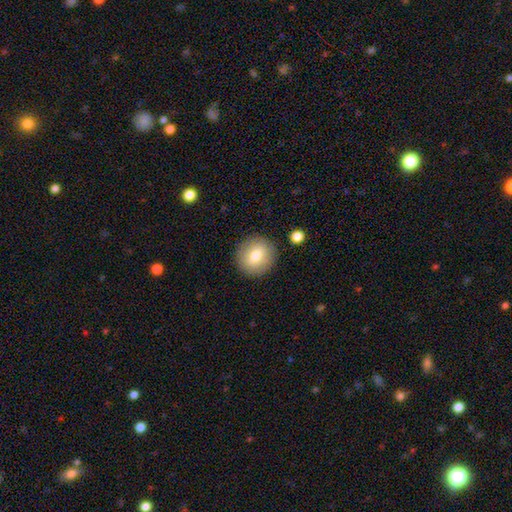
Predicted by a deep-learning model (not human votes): smooth_or_featured: smooth (p=0.76) [alt: featured or disk p=0.16]
how_rounded: round (p=0.90) [alt: in between p=0.09]
merging: none (p=0.88) [alt: minor disturbance p=0.07]